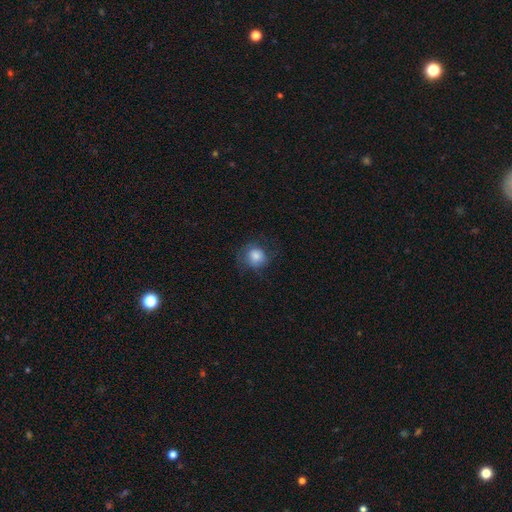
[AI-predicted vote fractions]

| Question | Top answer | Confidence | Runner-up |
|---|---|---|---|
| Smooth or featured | smooth | 77% | featured or disk (14%) |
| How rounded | round | 84% | in between (15%) |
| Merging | none | 64% | minor disturbance (21%) |